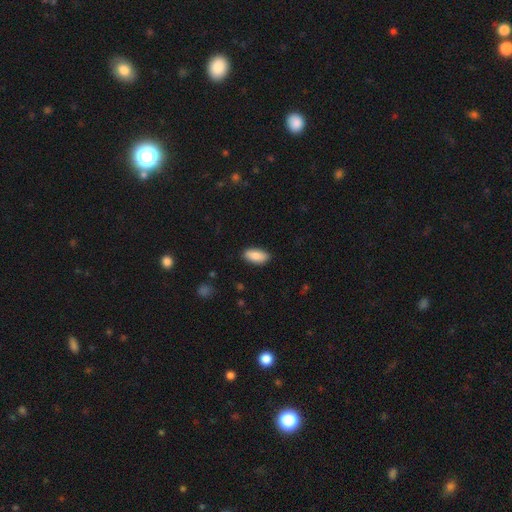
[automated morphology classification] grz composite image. It shows a smooth galaxy with no disk features (88%) that is in between round and cigar-shaped (92%). Merging: none (88%).